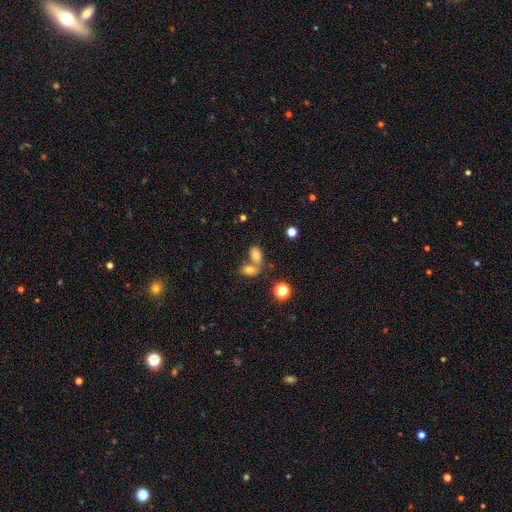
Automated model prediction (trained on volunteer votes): Smooth or featured? Predicted: smooth (p=0.73). How rounded? Predicted: in between (p=0.84). Merging? Predicted: merger (p=0.51).